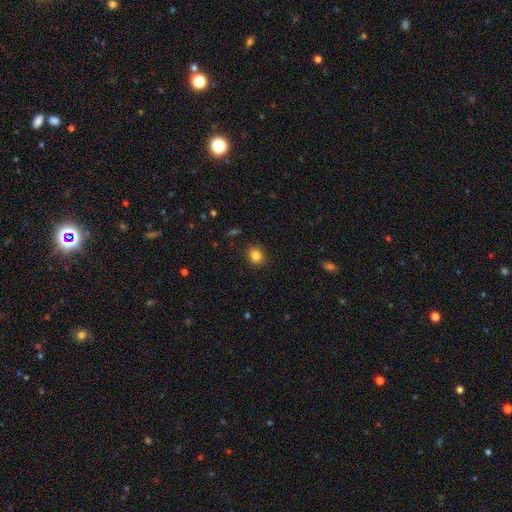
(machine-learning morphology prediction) This appears to be a smooth galaxy with no disk features (85%) that is round (63%). Merging: none (87%).